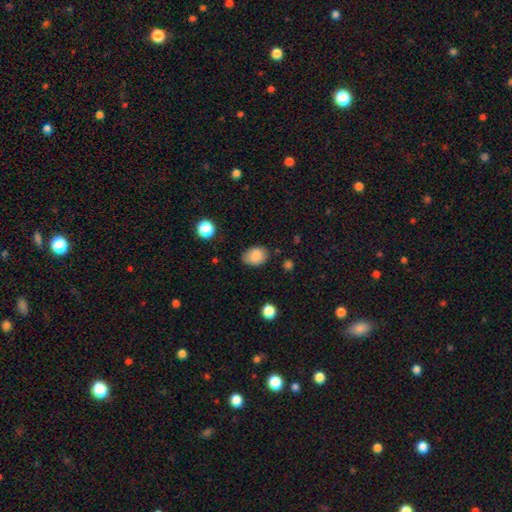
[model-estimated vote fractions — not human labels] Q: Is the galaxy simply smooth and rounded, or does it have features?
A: smooth — 85%.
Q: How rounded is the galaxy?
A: in between — 73%.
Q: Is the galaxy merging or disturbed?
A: none — 74%.